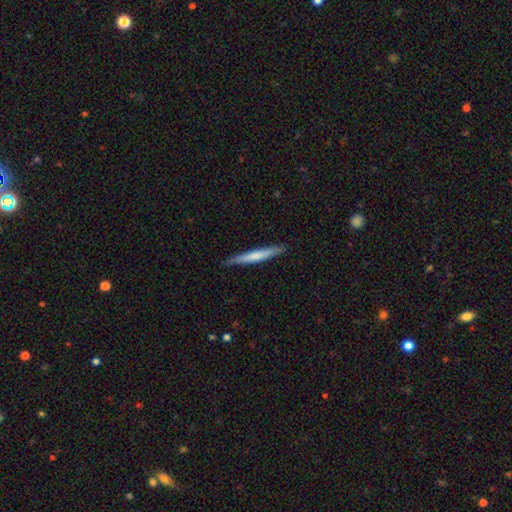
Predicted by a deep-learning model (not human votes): This appears to be a smooth galaxy with no disk features (60%) that is cigar-shaped (96%). Merging: none (88%).